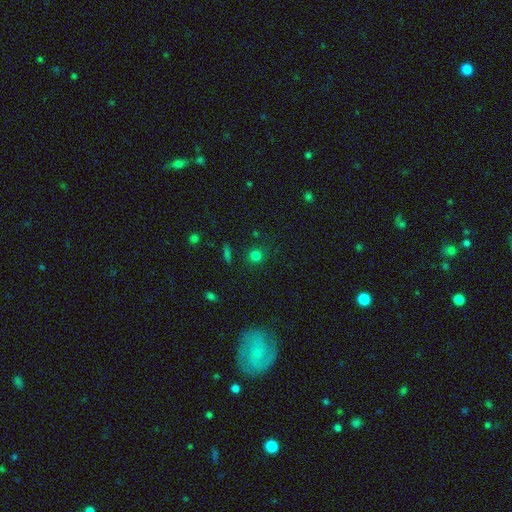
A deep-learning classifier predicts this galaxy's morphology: Smooth or featured: smooth — 77% (star or artifact — 18%)
How rounded: round — 90% (in between — 8%)
Merging: none — 86% (minor disturbance — 9%)